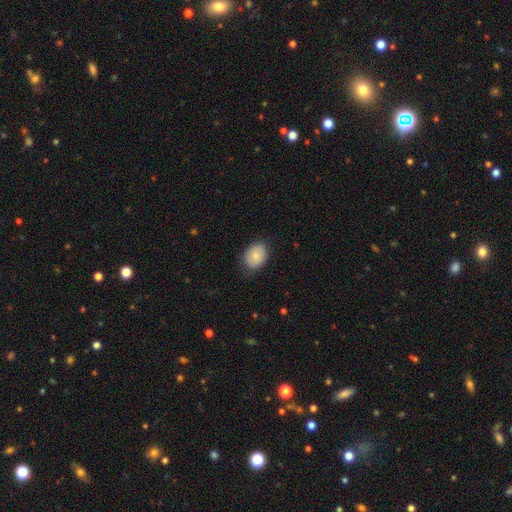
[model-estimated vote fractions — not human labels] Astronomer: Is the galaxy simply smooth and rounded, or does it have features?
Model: smooth — 80%.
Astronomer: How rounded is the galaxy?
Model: in between — 64%.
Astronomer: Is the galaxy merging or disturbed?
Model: none — 80%.